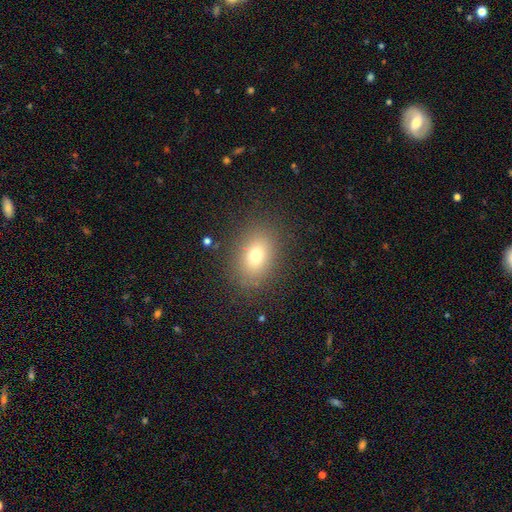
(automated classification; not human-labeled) smooth 73%, star or artifact 14%, featured or disk 13%. Down the decision tree: how rounded — in between (67%); merging — none (85%).